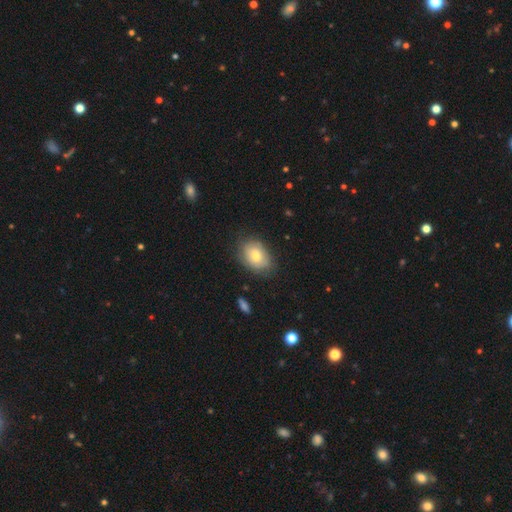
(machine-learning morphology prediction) type=smooth (70%); roundness=in between (76%); merging=none (74%).